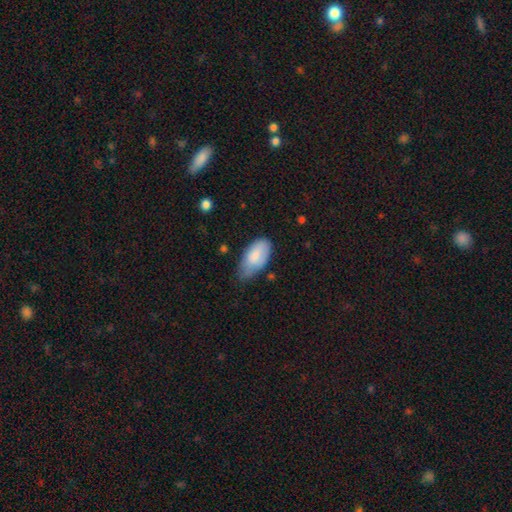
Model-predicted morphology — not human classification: Overall: smooth (81%). How rounded: in between (94%). Merging: none (45%; minor disturbance 43%).